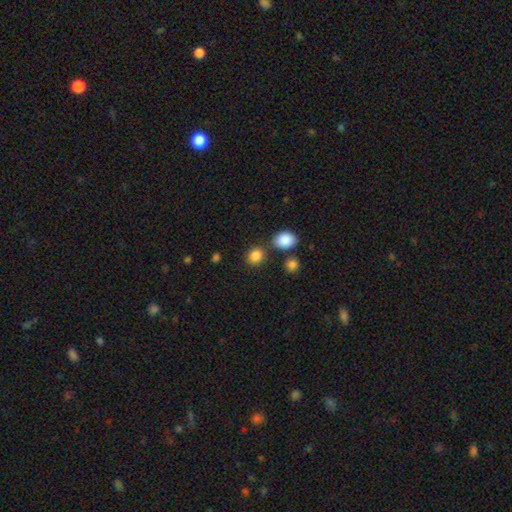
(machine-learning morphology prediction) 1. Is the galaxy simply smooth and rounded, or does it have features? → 86% smooth, 10% star or artifact, 4% featured or disk.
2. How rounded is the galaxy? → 66% round, 33% in between, 1% cigar-shaped.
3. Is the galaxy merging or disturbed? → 75% none, 12% merger, 10% minor disturbance, 3% major disturbance.